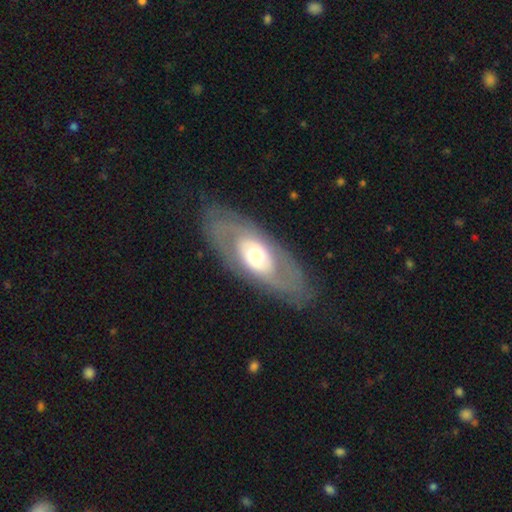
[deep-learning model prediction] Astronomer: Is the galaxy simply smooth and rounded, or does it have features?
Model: featured or disk — 66%.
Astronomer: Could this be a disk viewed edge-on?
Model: no — 86%.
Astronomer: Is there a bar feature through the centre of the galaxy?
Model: no — 77%.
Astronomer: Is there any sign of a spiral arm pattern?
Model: no — 61% (runner-up: yes, 39%).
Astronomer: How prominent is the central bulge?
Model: moderate — 61%.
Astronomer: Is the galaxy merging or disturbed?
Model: none — 81%.